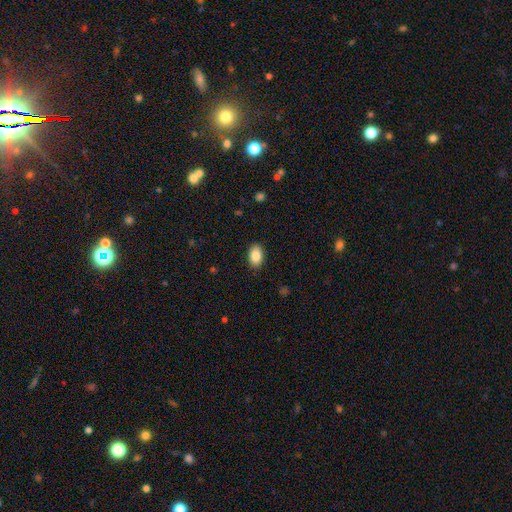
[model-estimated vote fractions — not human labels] smooth 87%, star or artifact 7%, featured or disk 5%. Down the decision tree: how rounded — in between (90%); merging — none (88%).